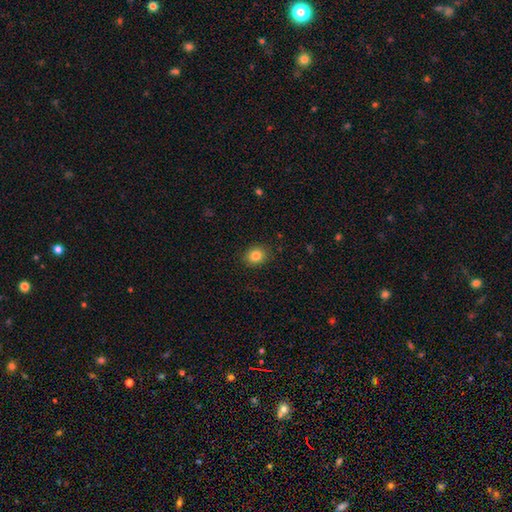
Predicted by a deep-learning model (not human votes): smooth_or_featured: smooth (p=0.83) [alt: star or artifact p=0.11]
how_rounded: round (p=0.69) [alt: in between p=0.30]
merging: none (p=0.88) [alt: minor disturbance p=0.08]